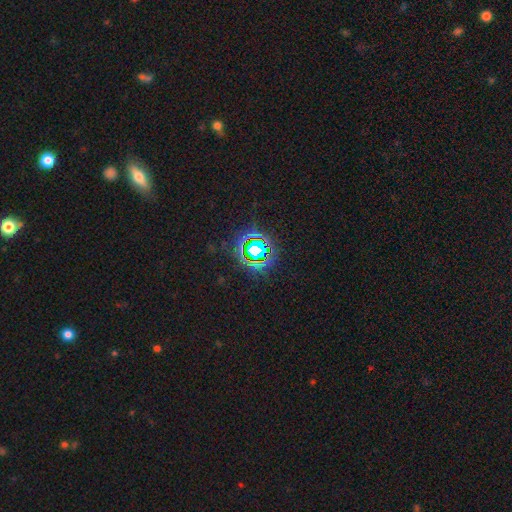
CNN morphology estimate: Smooth or featured? star or artifact (77%)